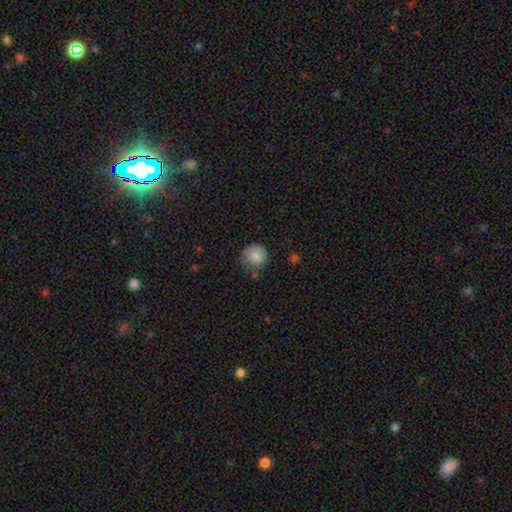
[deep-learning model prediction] Smooth or featured? Predicted: smooth (p=0.84). How rounded? Predicted: round (p=0.89). Merging? Predicted: none (p=0.65).